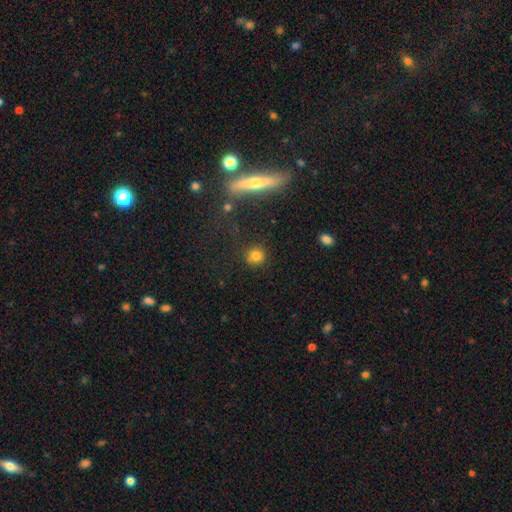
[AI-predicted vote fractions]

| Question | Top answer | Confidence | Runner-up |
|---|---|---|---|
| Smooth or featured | smooth | 79% | star or artifact (14%) |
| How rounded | round | 89% | in between (9%) |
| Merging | none | 84% | minor disturbance (9%) |